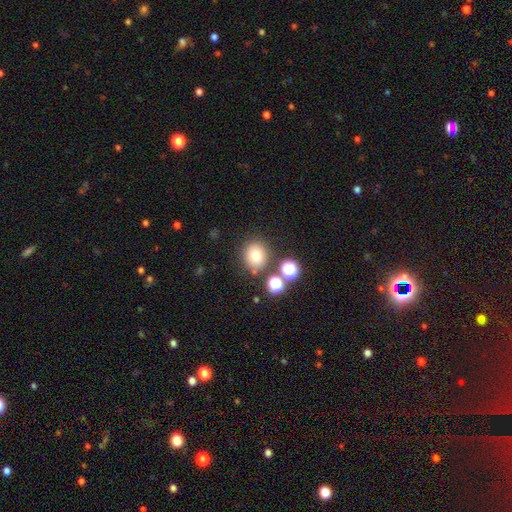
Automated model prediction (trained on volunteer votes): smooth 76%, star or artifact 15%, featured or disk 9%. Down the decision tree: how rounded — round (79%); merging — none (76%).